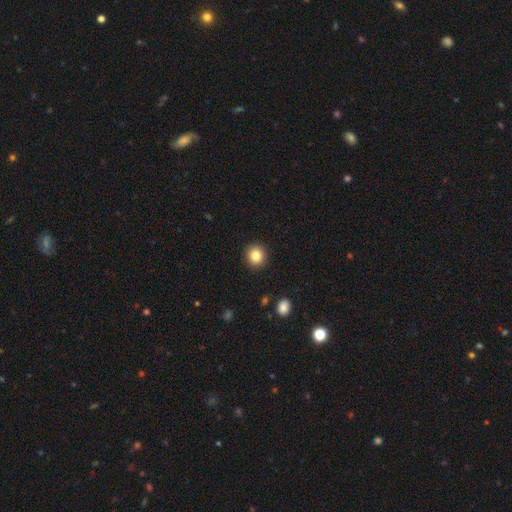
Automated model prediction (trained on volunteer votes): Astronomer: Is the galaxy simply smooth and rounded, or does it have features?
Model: smooth — 83%.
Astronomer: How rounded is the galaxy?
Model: round — 89%.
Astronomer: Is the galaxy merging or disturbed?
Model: none — 92%.